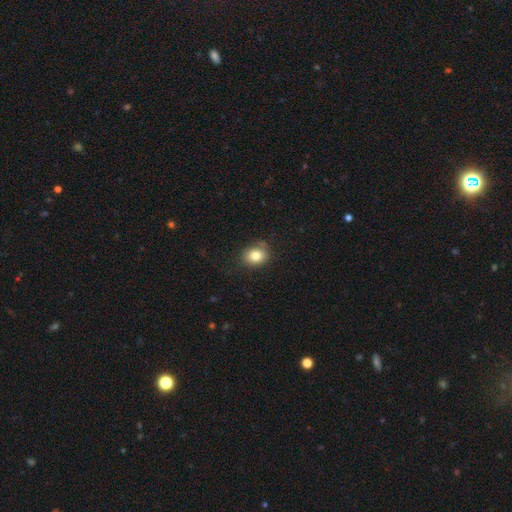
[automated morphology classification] Overall: smooth (82%). How rounded: in between (50%; round 49%). Merging: none (77%).